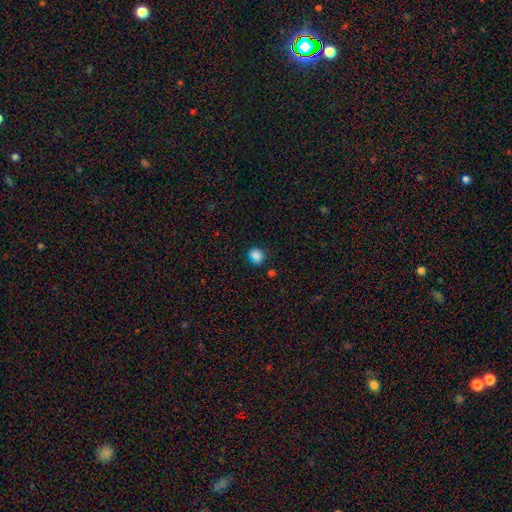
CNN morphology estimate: A smooth galaxy with no disk features (83%) that is round (66%).

Vote fractions:
- Smooth or featured? smooth: 83% / star or artifact: 12% / featured or disk: 5%
- How rounded? round: 66% / in between: 33% / cigar-shaped: 1%
- Merging? none: 71% / minor disturbance: 18% / merger: 7% / major disturbance: 4%